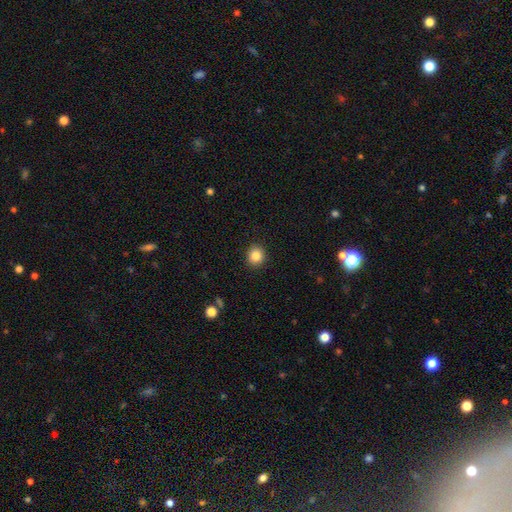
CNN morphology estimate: A smooth galaxy with no disk features (85%) that is round (88%).

Vote fractions:
- Smooth or featured? smooth: 85% / star or artifact: 10% / featured or disk: 5%
- How rounded? round: 88% / in between: 11% / cigar-shaped: 1%
- Merging? none: 91% / minor disturbance: 6% / major disturbance: 2% / merger: 1%